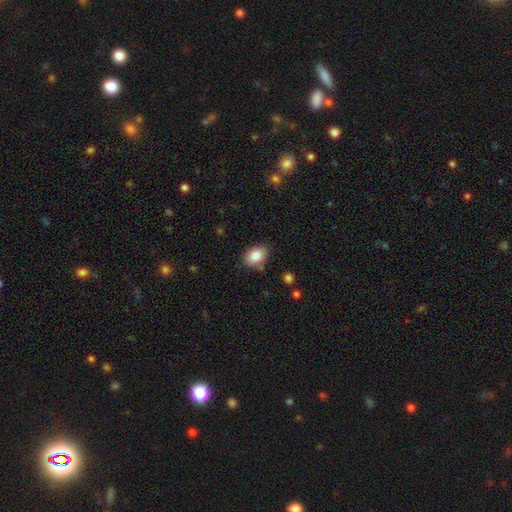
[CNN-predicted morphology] Smooth or featured: smooth — 84% (star or artifact — 8%)
How rounded: in between — 78% (round — 21%)
Merging: none — 79% (minor disturbance — 15%)